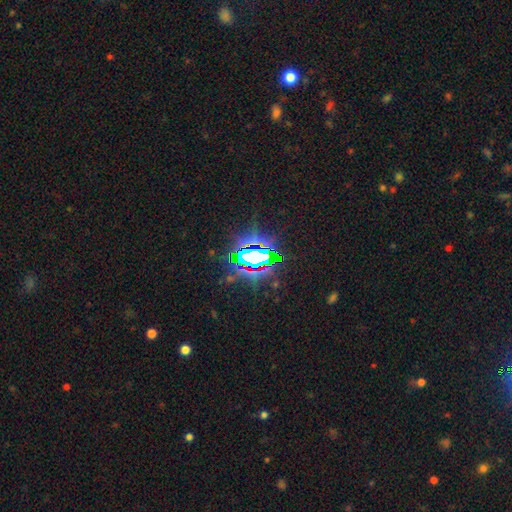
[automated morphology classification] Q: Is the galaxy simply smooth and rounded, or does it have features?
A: star or artifact — 76%.